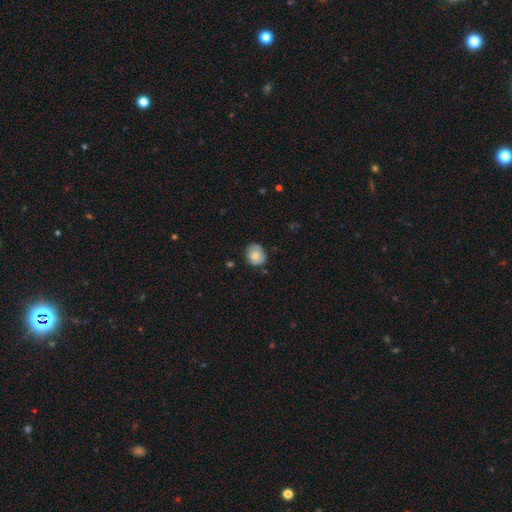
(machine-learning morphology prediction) smooth_or_featured: smooth (p=0.74) [alt: featured or disk p=0.18]
how_rounded: round (p=0.73) [alt: in between p=0.26]
merging: none (p=0.76) [alt: minor disturbance p=0.19]